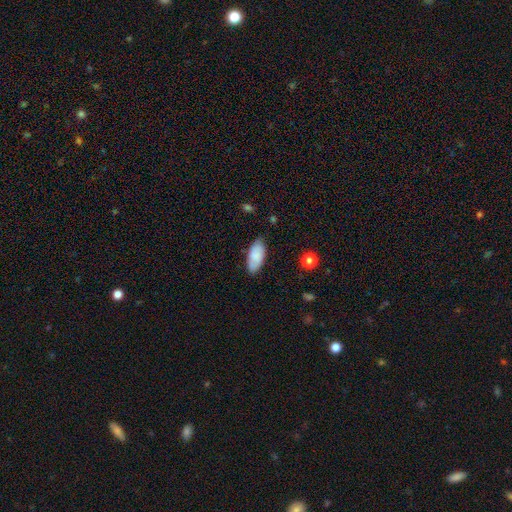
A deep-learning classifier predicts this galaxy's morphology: Smooth or featured? Predicted: smooth (p=0.79). How rounded? Predicted: in between (p=0.91). Merging? Predicted: none (p=0.78).